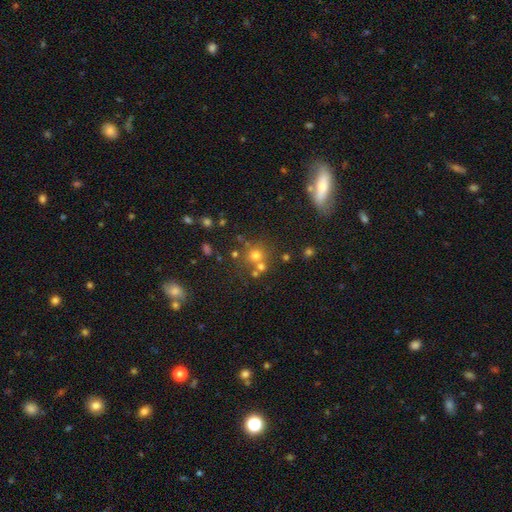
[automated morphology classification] Smooth or featured? Predicted: smooth (p=0.65). How rounded? Predicted: round (p=0.88). Merging? Predicted: none (p=0.61).